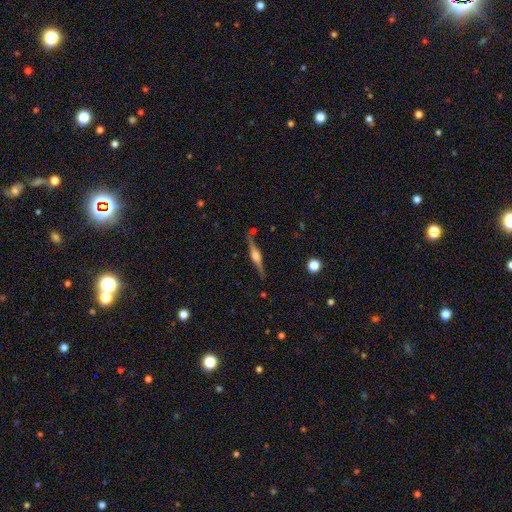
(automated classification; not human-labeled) This is likely a featured or disk galaxy (78%). It is clearly viewed edge-on (97%). Edge-on bulge: clearly rounded (80%). Merging: likely none (80%).